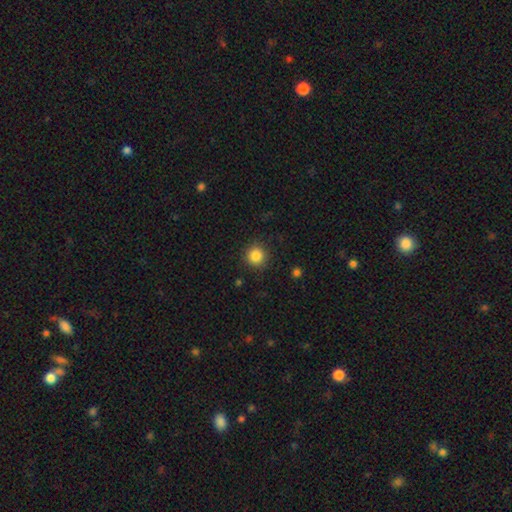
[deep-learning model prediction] Smooth or featured? Predicted: smooth (p=0.85). How rounded? Predicted: round (p=0.94). Merging? Predicted: none (p=0.89).